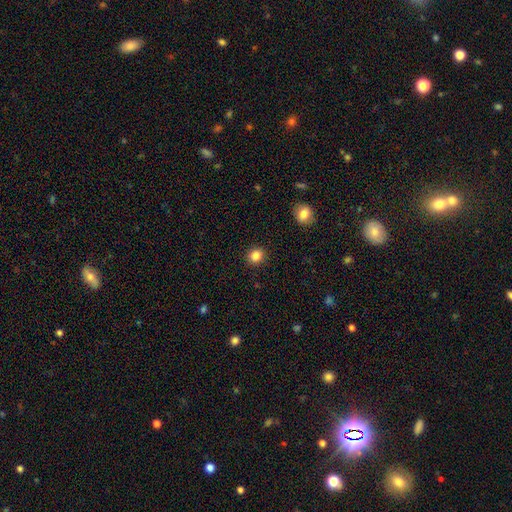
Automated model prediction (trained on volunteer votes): Q: Smooth or featured?
A: smooth (85%); runner-up: star or artifact (11%)
Q: How rounded?
A: round (81%); runner-up: in between (19%)
Q: Merging?
A: none (91%); runner-up: minor disturbance (6%)